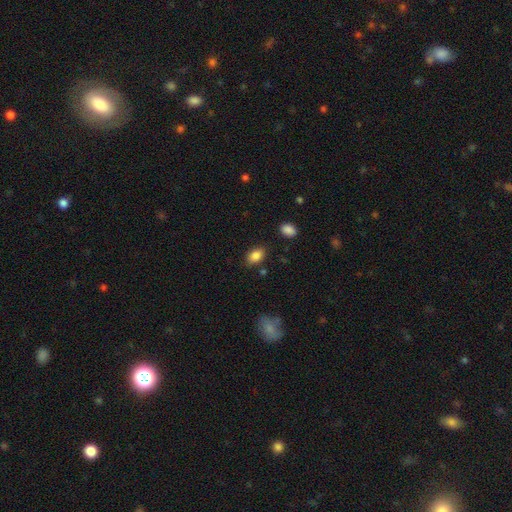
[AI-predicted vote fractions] smooth-or-featured: smooth: 86% | star or artifact: 8% | featured or disk: 6%
  how-rounded: in between: 86% | round: 13% | cigar-shaped: 2%
  merging: none: 82% | minor disturbance: 13% | major disturbance: 3% | merger: 3%